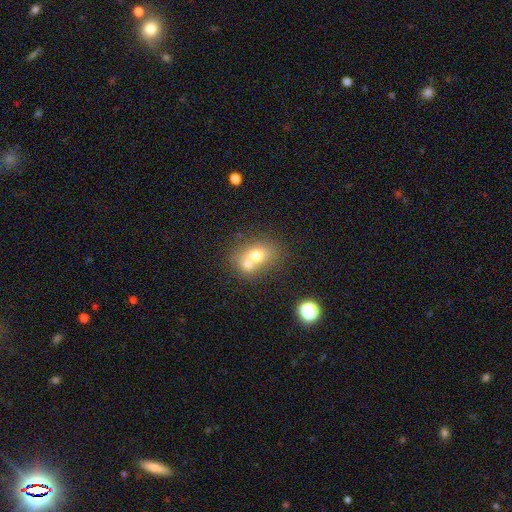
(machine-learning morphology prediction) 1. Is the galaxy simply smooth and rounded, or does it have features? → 67% smooth, 22% featured or disk, 11% star or artifact.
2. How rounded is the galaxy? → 51% in between, 48% round, 1% cigar-shaped.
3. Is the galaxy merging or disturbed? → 62% merger, 27% none, 7% minor disturbance, 3% major disturbance.